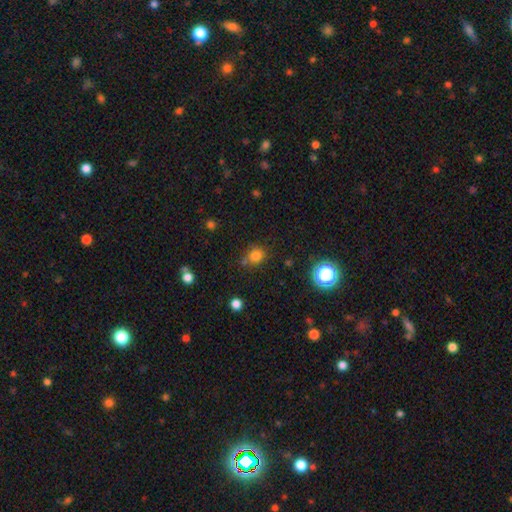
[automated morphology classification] Q: Smooth or featured?
A: smooth (78%); runner-up: star or artifact (16%)
Q: How rounded?
A: round (76%); runner-up: in between (23%)
Q: Merging?
A: none (70%); runner-up: minor disturbance (15%)